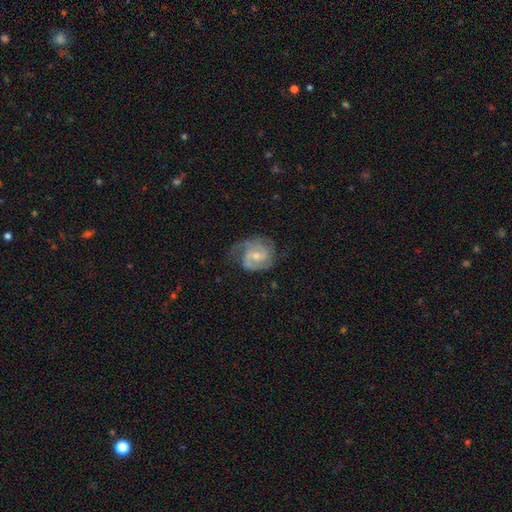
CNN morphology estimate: This is clearly a featured or disk galaxy (83%). It is clearly not viewed edge-on (98%). Bar: possibly no (46%). Spiral arm pattern: clearly yes (95%). Spiral arm count: likely 2 (67%). Spiral winding: possibly medium (47%). Central bulge: possibly moderate (49%). Merging: possibly none (59%).